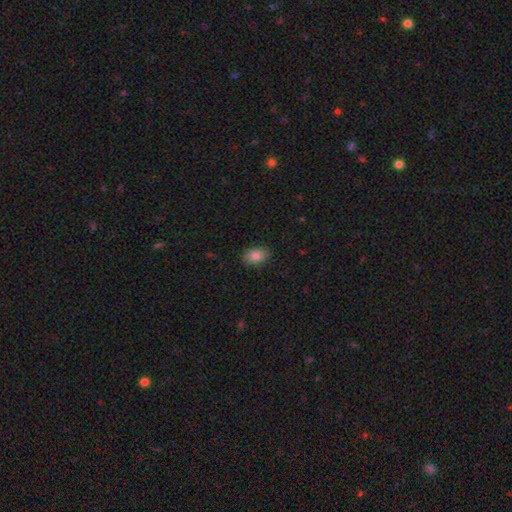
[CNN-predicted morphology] Q: Smooth or featured?
A: smooth (84%); runner-up: star or artifact (9%)
Q: How rounded?
A: in between (85%); runner-up: round (13%)
Q: Merging?
A: none (88%); runner-up: minor disturbance (9%)